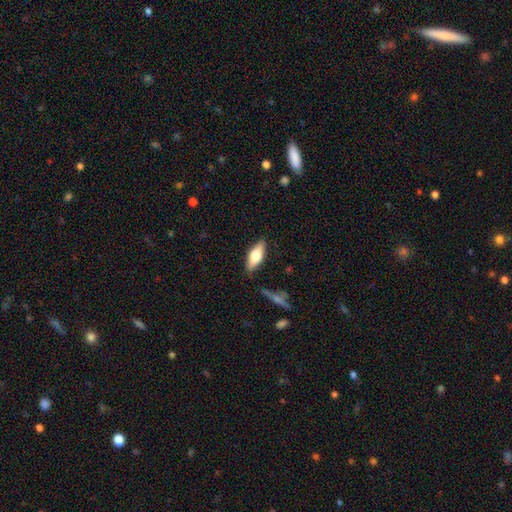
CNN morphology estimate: A smooth galaxy with no disk features (59%) that is in between round and cigar-shaped (70%). Merging: none (84%).